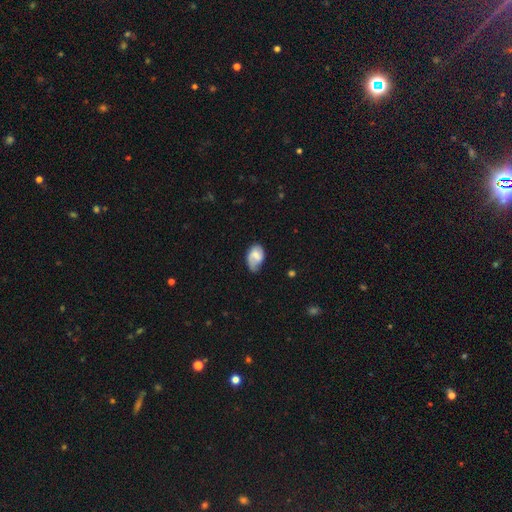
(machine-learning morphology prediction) A smooth galaxy with no disk features (55%) that is in between round and cigar-shaped (88%).

Vote fractions:
- Smooth or featured? smooth: 55% / featured or disk: 38% / star or artifact: 7%
- How rounded? in between: 88% / round: 10% / cigar-shaped: 1%
- Merging? none: 44% / minor disturbance: 38% / major disturbance: 15% / merger: 3%